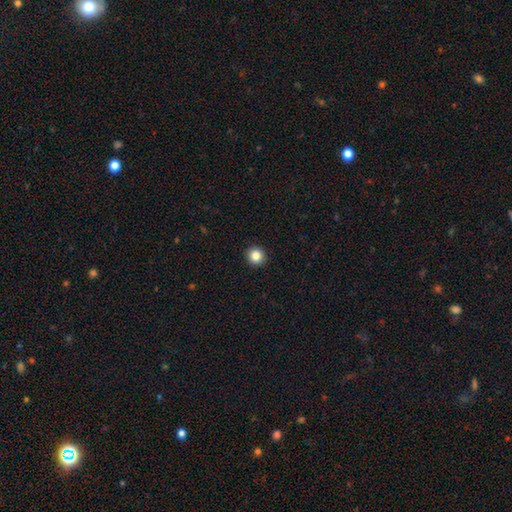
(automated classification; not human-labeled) A smooth galaxy with no disk features (84%) that is round (94%). Merging: none (93%).